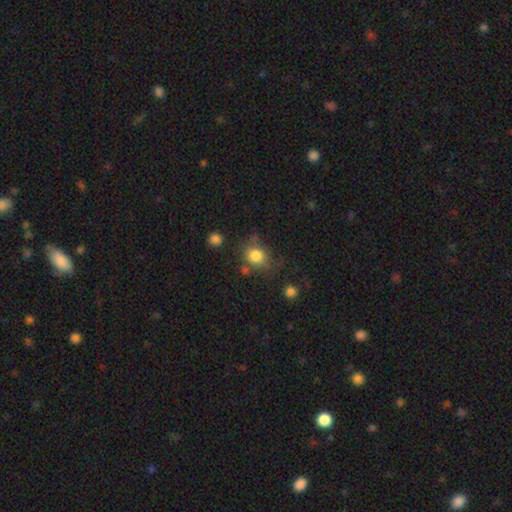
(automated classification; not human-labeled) smooth_or_featured: smooth (p=0.81) [alt: star or artifact p=0.11]
how_rounded: round (p=0.61) [alt: in between p=0.38]
merging: none (p=0.57) [alt: minor disturbance p=0.23]